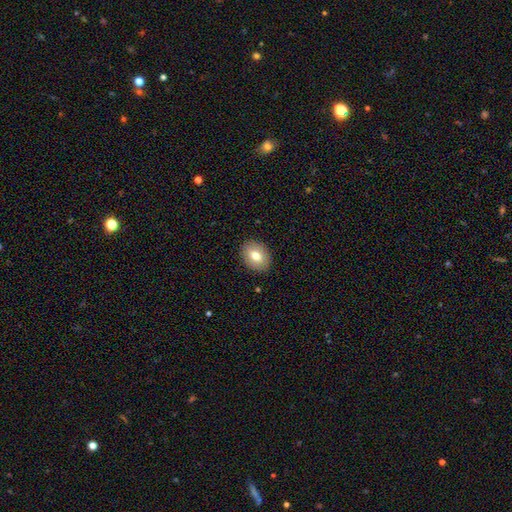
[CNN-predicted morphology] Smooth or featured: smooth — 77% (featured or disk — 15%)
How rounded: in between — 64% (round — 35%)
Merging: none — 89% (minor disturbance — 8%)